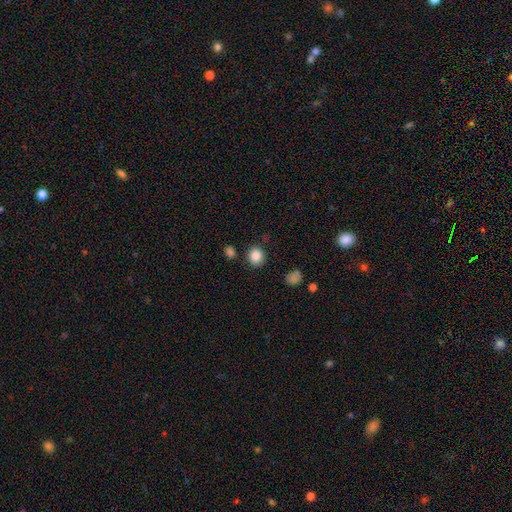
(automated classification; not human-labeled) Smooth or featured: smooth — 86% (star or artifact — 10%)
How rounded: round — 78% (in between — 21%)
Merging: none — 84% (minor disturbance — 9%)